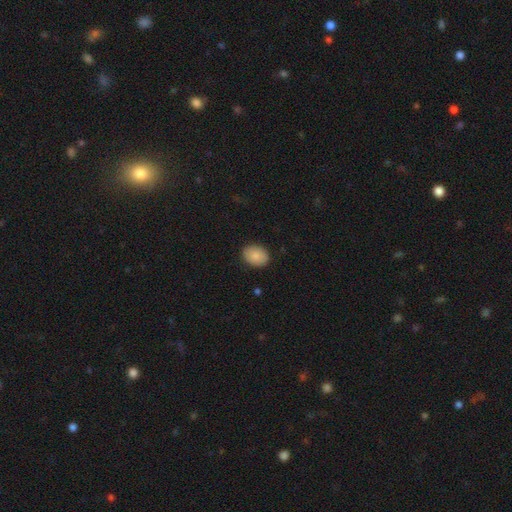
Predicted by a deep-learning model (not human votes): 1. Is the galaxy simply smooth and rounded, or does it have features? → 88% smooth, 7% star or artifact, 5% featured or disk.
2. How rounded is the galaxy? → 66% in between, 33% round, 1% cigar-shaped.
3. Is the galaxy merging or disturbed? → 88% none, 8% minor disturbance, 2% major disturbance, 1% merger.